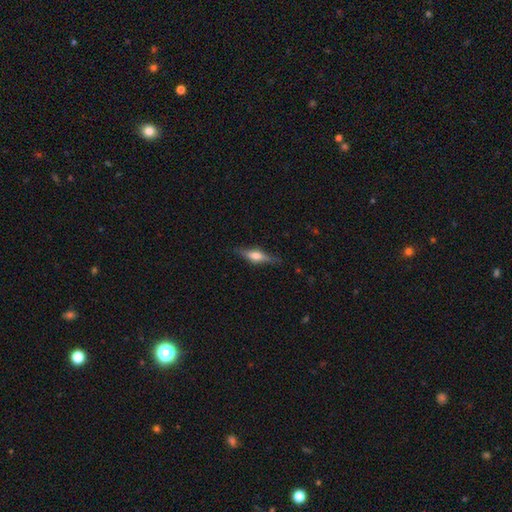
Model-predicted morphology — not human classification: Smooth or featured?
  - featured or disk: 56% *
  - smooth: 37%
  - star or artifact: 7%
Edge-on disk?
  - yes: 94% *
  - no: 6%
Edge-on bulge?
  - rounded: 87% *
  - boxy: 10%
  - none: 3%
Merging?
  - none: 82% *
  - minor disturbance: 13%
  - major disturbance: 3%
  - merger: 1%